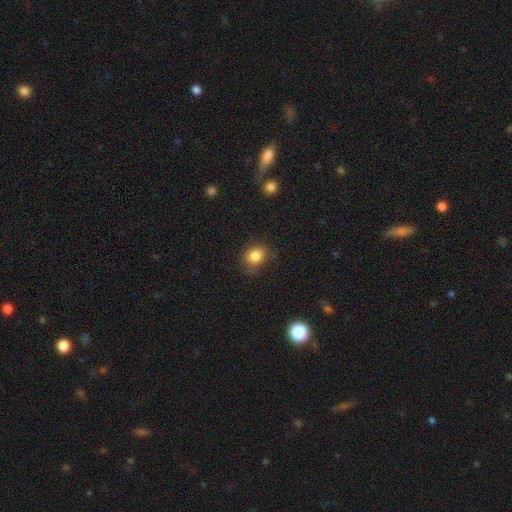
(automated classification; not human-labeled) smooth 84%, star or artifact 10%, featured or disk 6%. Down the decision tree: how rounded — round (60%); merging — none (75%).